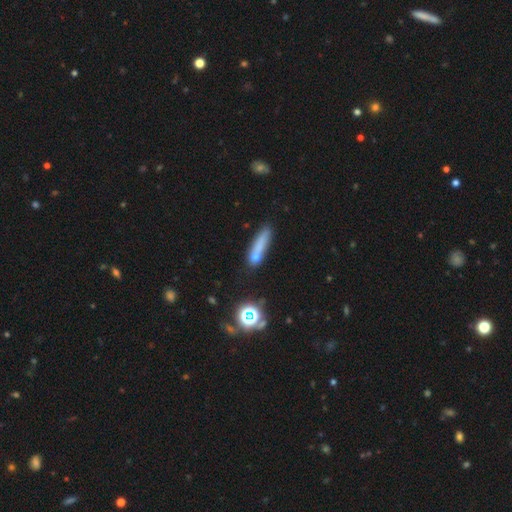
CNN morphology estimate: Overall: smooth (55%; star or artifact 25%). How rounded: cigar-shaped (72%). Merging: none (73%).